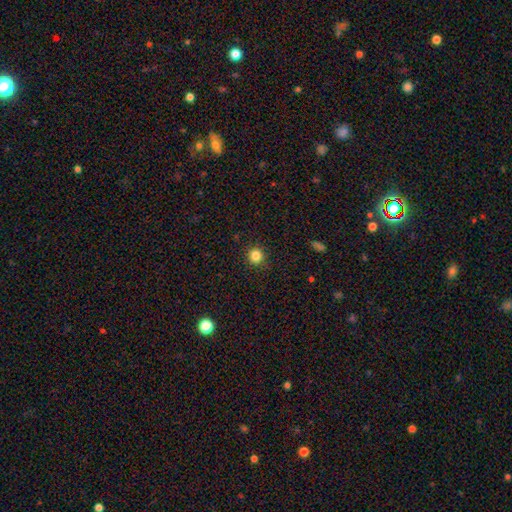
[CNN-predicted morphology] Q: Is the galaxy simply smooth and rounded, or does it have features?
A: smooth — 84%.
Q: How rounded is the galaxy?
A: round — 92%.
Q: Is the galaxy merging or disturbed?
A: none — 90%.